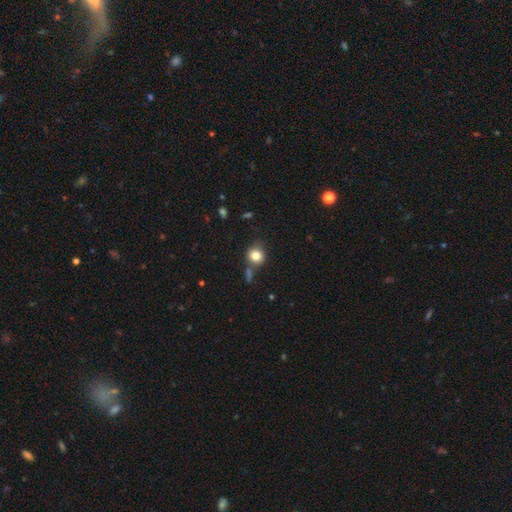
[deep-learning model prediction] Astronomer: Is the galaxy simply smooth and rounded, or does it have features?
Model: smooth — 80%.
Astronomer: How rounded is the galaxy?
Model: round — 85%.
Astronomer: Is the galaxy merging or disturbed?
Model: none — 70%.